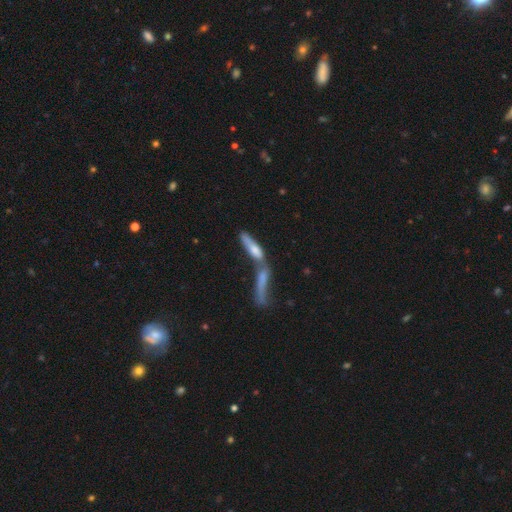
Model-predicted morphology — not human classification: Smooth or featured? featured or disk (47%)
Merging? merger (45%)